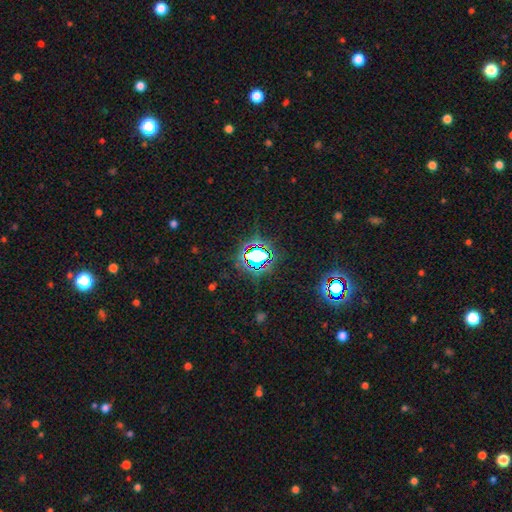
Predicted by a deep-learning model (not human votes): Q: Smooth or featured?
A: star or artifact (71%); runner-up: smooth (18%)